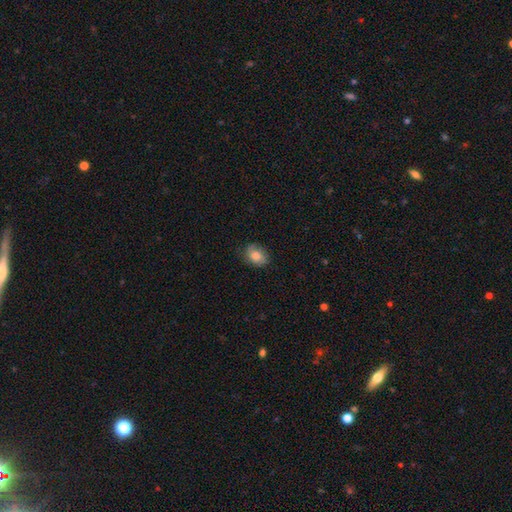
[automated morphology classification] Smooth or featured: smooth — 78% (featured or disk — 13%)
How rounded: in between — 64% (round — 35%)
Merging: none — 75% (minor disturbance — 20%)